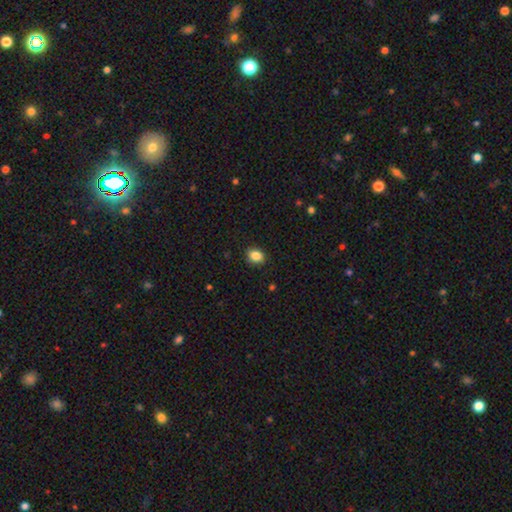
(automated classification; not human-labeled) The model was most divided on "how rounded": in between: 58%, round: 41%, cigar-shaped: 1%. More confident: merging — none (89%); smooth or featured — smooth (86%).